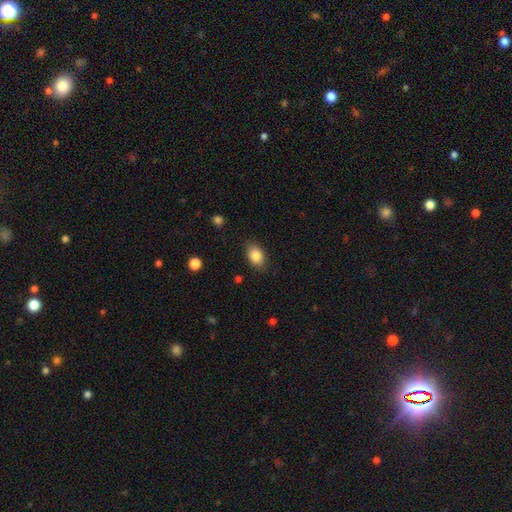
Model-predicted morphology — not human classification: This appears to be a smooth galaxy with no disk features (86%) that is in between round and cigar-shaped (82%). Merging: none (85%).